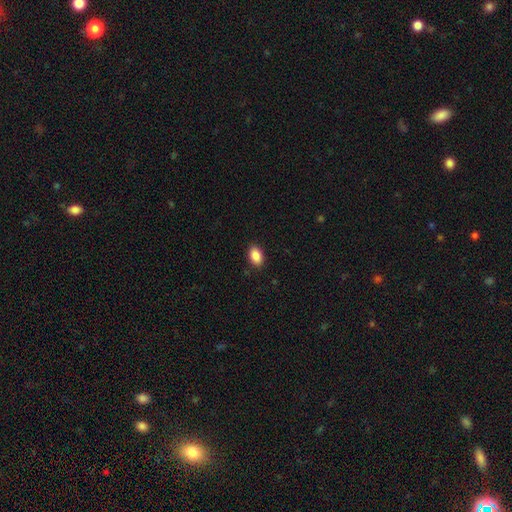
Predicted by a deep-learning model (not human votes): A smooth galaxy with no disk features (89%) that is in between round and cigar-shaped (91%). Merging: none (89%).